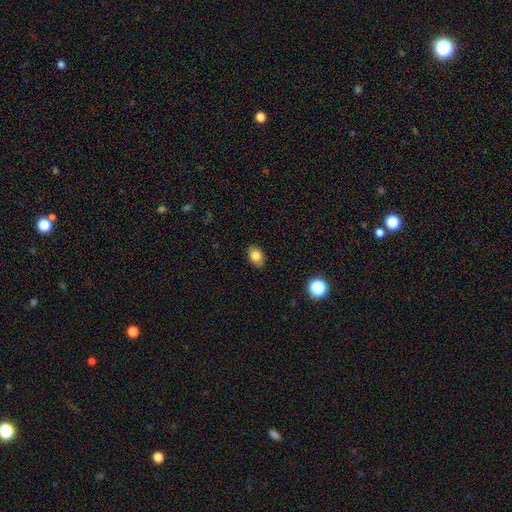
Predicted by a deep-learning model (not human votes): This appears to be a smooth galaxy with no disk features (82%) that is in between round and cigar-shaped (76%). Merging: none (86%).